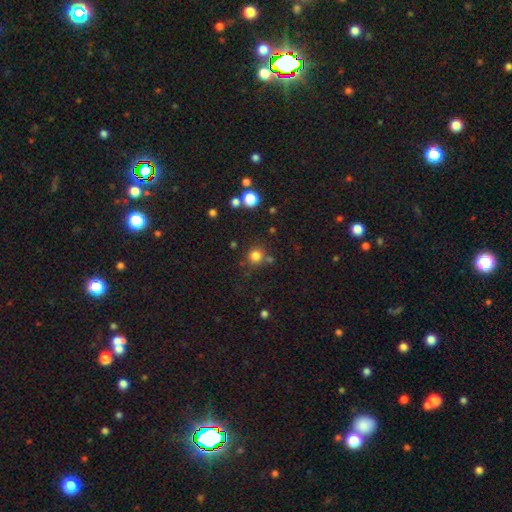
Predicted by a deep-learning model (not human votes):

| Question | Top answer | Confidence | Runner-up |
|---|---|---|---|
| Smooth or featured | smooth | 80% | star or artifact (14%) |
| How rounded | round | 92% | in between (7%) |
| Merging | none | 76% | minor disturbance (10%) |